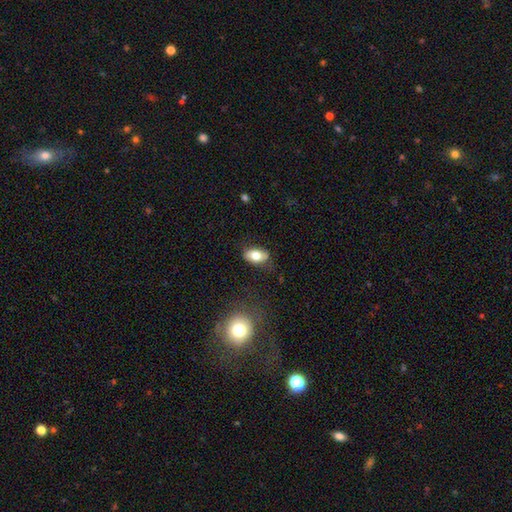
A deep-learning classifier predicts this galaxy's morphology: The model was most divided on "smooth or featured": smooth: 73%, featured or disk: 20%, star or artifact: 8%. More confident: how rounded — in between (90%); merging — none (77%).